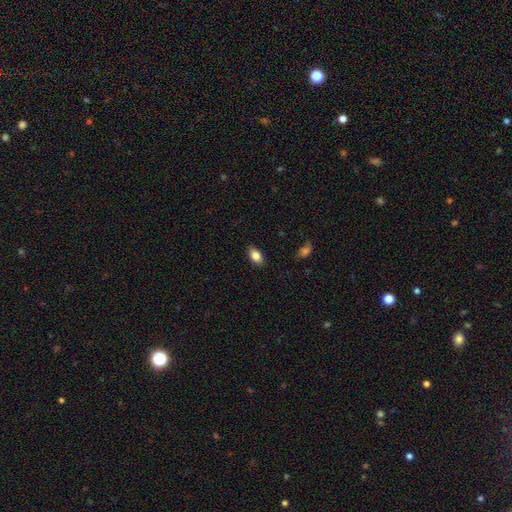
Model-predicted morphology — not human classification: Smooth or featured? smooth (84%)
How rounded? in between (90%)
Merging? none (87%)